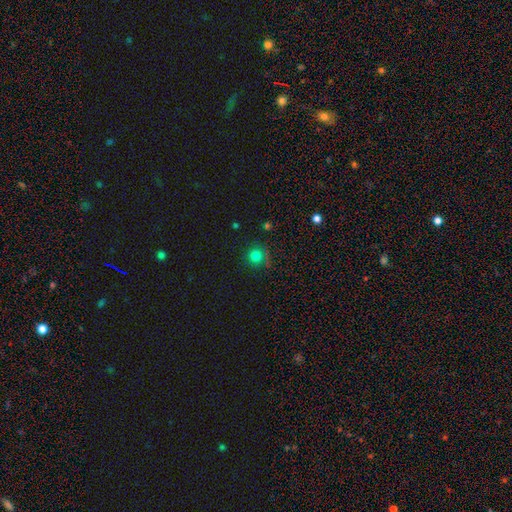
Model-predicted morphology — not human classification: Q: Smooth or featured?
A: smooth (76%); runner-up: star or artifact (17%)
Q: How rounded?
A: round (93%); runner-up: in between (6%)
Q: Merging?
A: none (80%); runner-up: minor disturbance (12%)